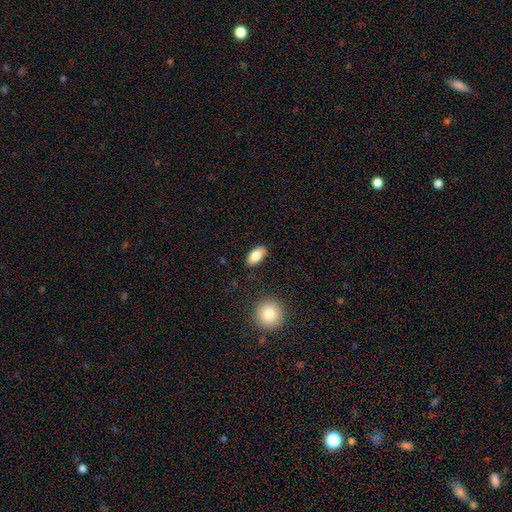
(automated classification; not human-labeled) Overall: smooth (83%). How rounded: in between (90%). Merging: none (83%).